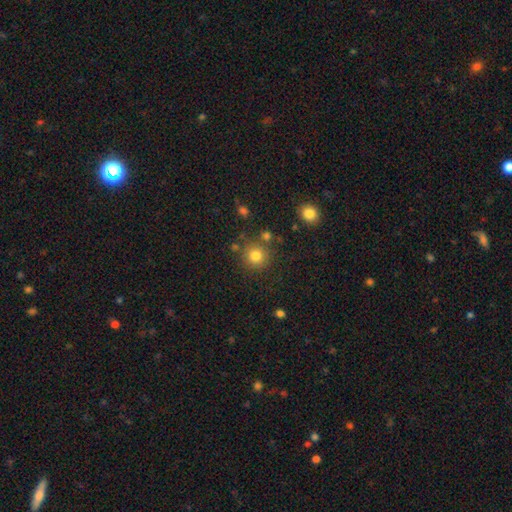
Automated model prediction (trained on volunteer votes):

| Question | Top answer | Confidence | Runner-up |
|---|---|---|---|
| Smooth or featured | smooth | 80% | star or artifact (13%) |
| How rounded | round | 93% | in between (6%) |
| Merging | none | 81% | minor disturbance (9%) |